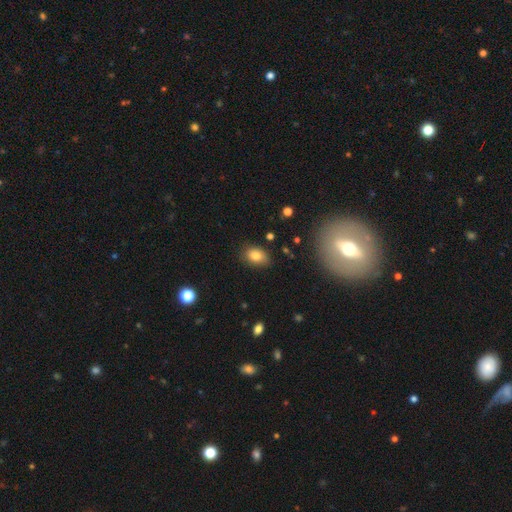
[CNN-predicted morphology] A smooth galaxy with no disk features (82%) that is in between round and cigar-shaped (81%).

Vote fractions:
- Smooth or featured? smooth: 82% / star or artifact: 10% / featured or disk: 9%
- How rounded? in between: 81% / round: 18% / cigar-shaped: 1%
- Merging? none: 79% / minor disturbance: 16% / major disturbance: 3% / merger: 2%